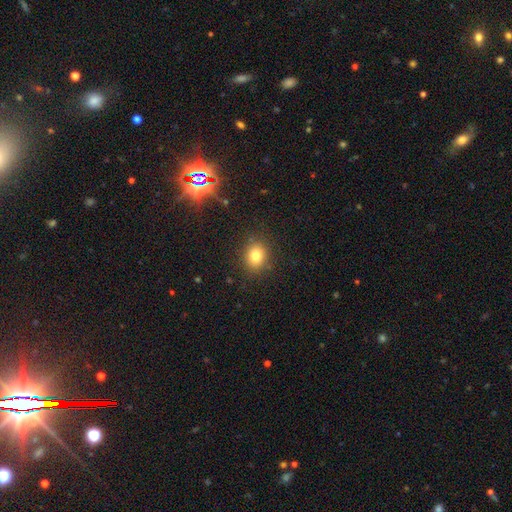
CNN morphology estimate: A smooth galaxy with no disk features (81%) that is round (62%). Merging: none (87%).